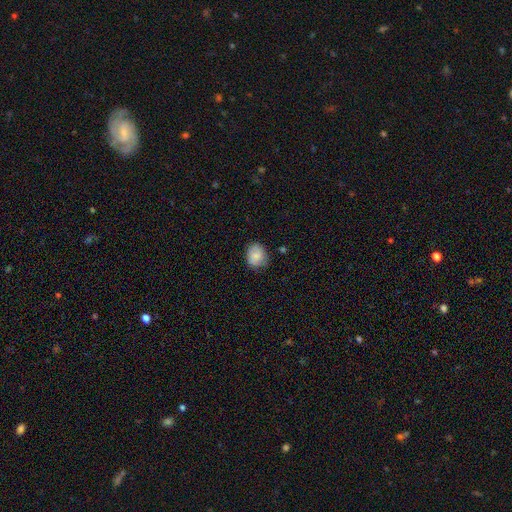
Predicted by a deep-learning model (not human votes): This appears to be a smooth galaxy with no disk features (82%) that is round (55%). Merging: none (75%).